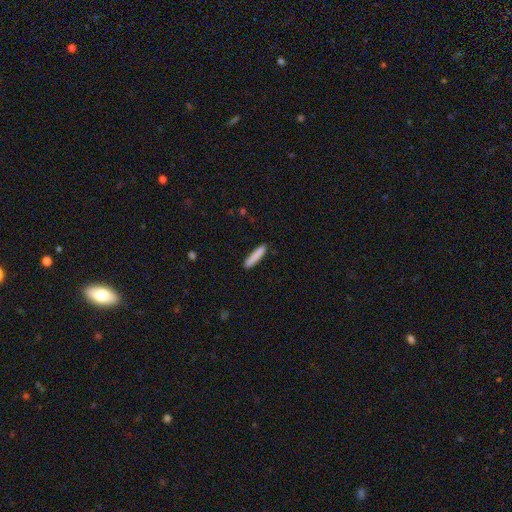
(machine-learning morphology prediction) This appears to be a smooth galaxy with no disk features (86%) that is cigar-shaped (90%). Merging: none (89%).